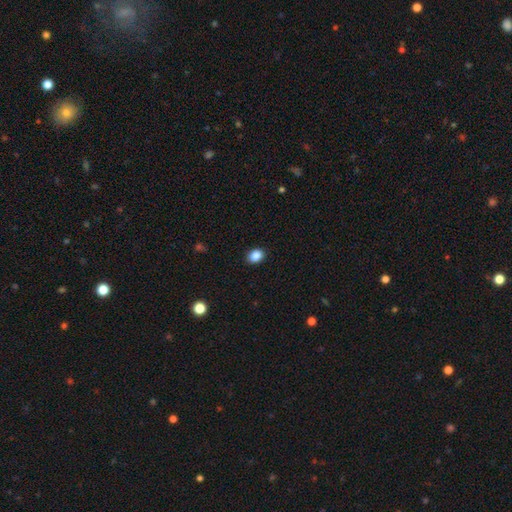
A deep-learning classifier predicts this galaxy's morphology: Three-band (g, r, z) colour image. It shows a smooth galaxy with no disk features (88%) that is in between round and cigar-shaped (65%). Merging: none (90%).